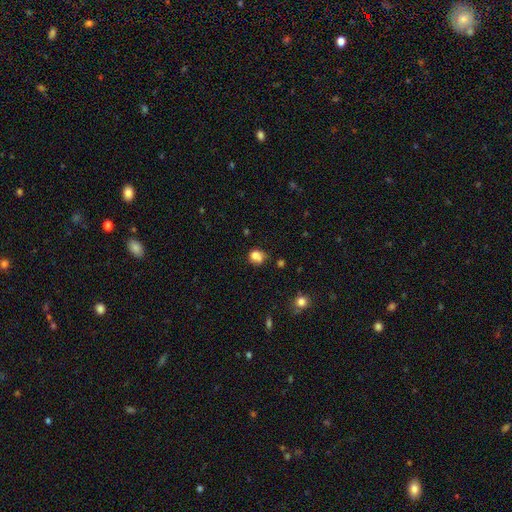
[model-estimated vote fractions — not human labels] Overall: smooth (74%). How rounded: round (61%; in between 38%). Merging: none (40%; merger 28%).